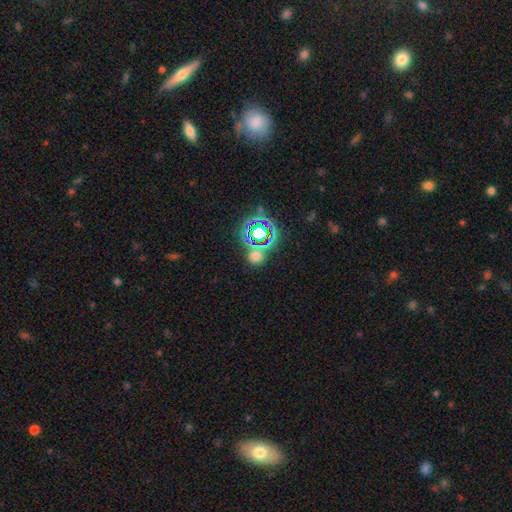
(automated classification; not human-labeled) smooth_or_featured: smooth (p=0.53) [alt: star or artifact p=0.39]
how_rounded: round (p=0.84) [alt: in between p=0.14]
merging: none (p=0.69) [alt: merger p=0.17]